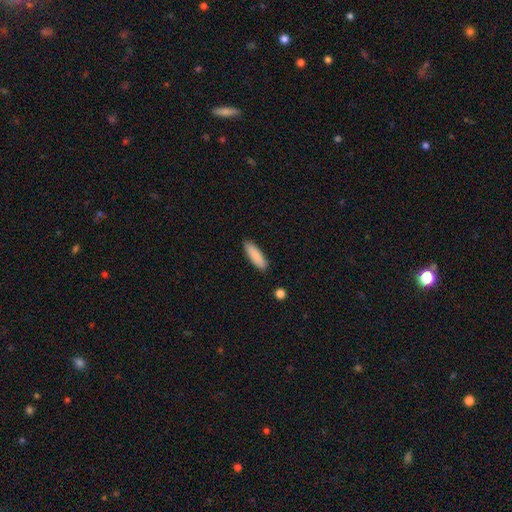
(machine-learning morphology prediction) Smooth or featured?
  - smooth: 88% *
  - featured or disk: 6%
  - star or artifact: 6%
How rounded?
  - cigar-shaped: 53% *
  - in between: 46%
  - round: 2%
Merging?
  - none: 88% *
  - minor disturbance: 8%
  - major disturbance: 2%
  - merger: 1%